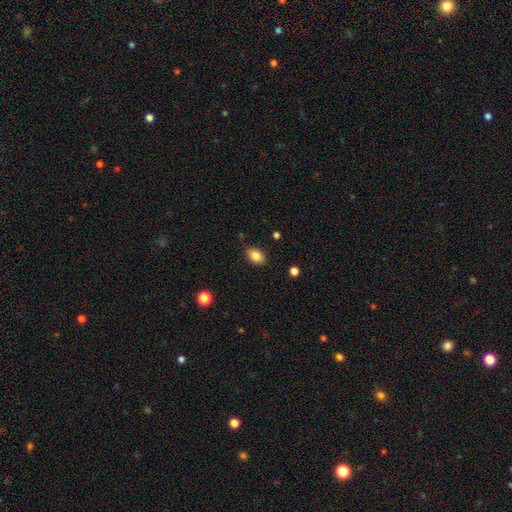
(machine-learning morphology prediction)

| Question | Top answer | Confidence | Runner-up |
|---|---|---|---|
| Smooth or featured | smooth | 86% | star or artifact (9%) |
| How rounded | in between | 85% | round (13%) |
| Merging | none | 83% | minor disturbance (13%) |